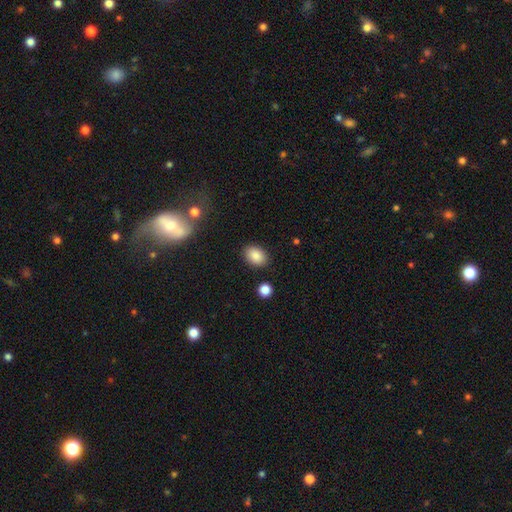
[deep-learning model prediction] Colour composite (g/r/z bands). It shows a smooth galaxy with no disk features (87%) that is in between round and cigar-shaped (75%). Merging: none (86%).